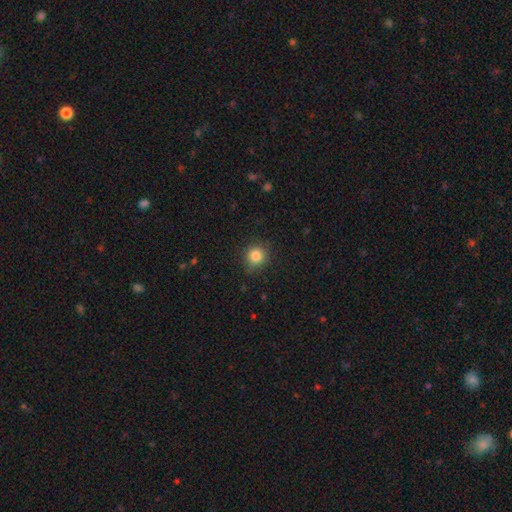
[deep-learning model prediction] Smooth or featured?
  - smooth: 84% *
  - star or artifact: 11%
  - featured or disk: 5%
How rounded?
  - round: 90% *
  - in between: 9%
  - cigar-shaped: 1%
Merging?
  - none: 86% *
  - minor disturbance: 10%
  - major disturbance: 3%
  - merger: 1%